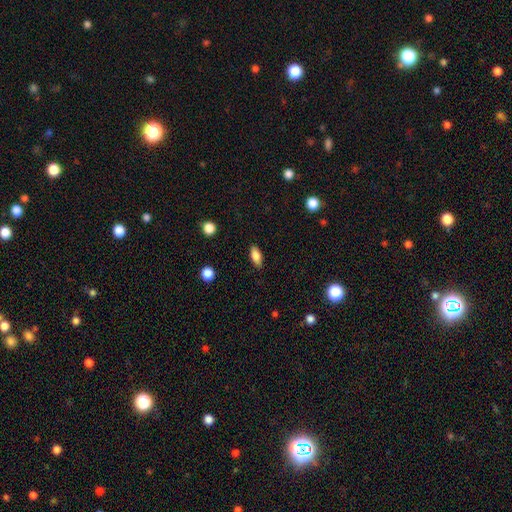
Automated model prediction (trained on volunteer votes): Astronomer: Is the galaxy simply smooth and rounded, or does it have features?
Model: smooth — 83%.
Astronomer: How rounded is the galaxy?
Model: in between — 83%.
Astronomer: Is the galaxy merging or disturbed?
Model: none — 87%.